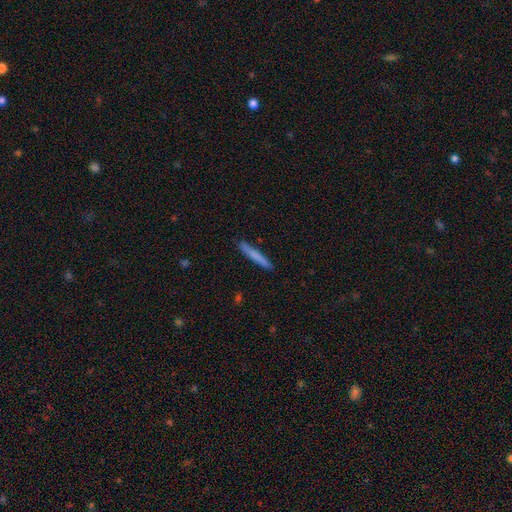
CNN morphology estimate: Overall: smooth (73%). How rounded: cigar-shaped (96%). Merging: none (89%).